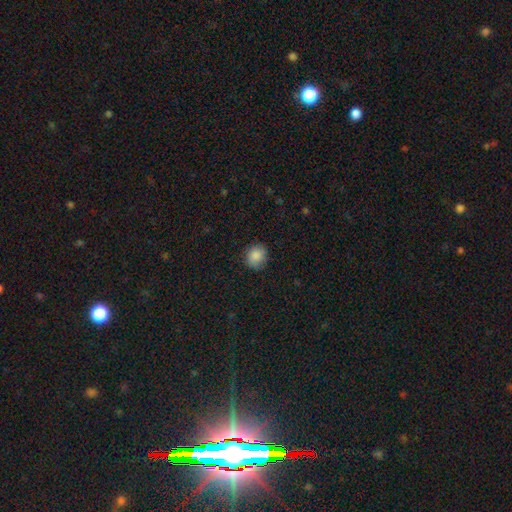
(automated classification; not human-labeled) Smooth or featured: smooth — 87% (star or artifact — 8%)
How rounded: round — 79% (in between — 20%)
Merging: none — 84% (minor disturbance — 13%)